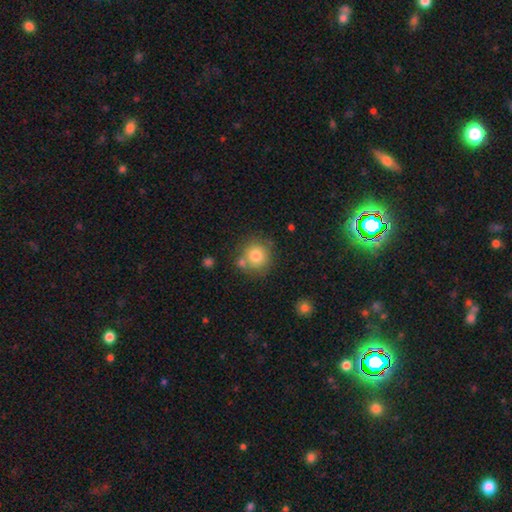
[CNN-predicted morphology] type=smooth (79%); roundness=round (88%); merging=none (68%).